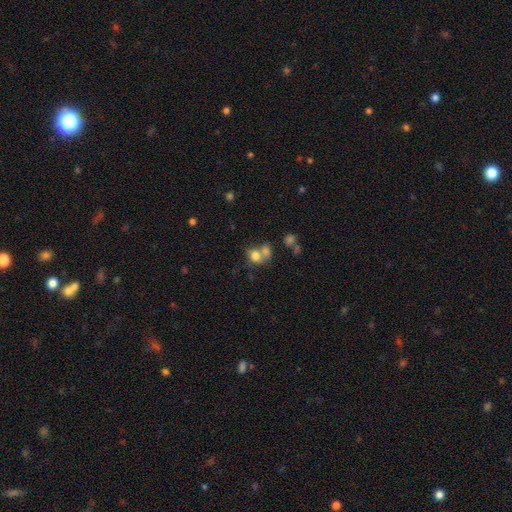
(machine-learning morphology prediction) Smooth or featured: smooth — 75% (featured or disk — 13%)
How rounded: round — 60% (in between — 39%)
Merging: merger — 50% (none — 33%)